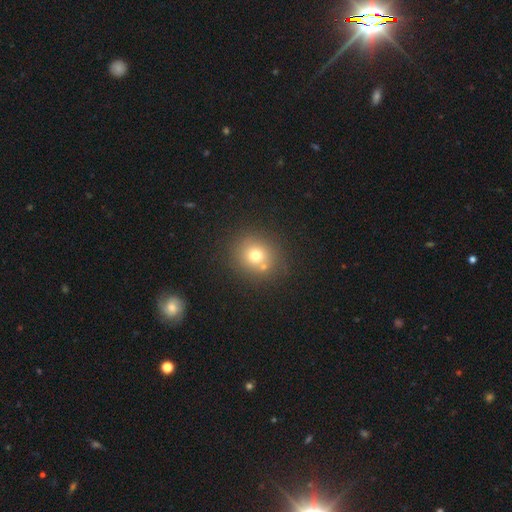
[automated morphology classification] This is likely a smooth galaxy (71%). How rounded: clearly round (84%). Merging: likely none (72%).